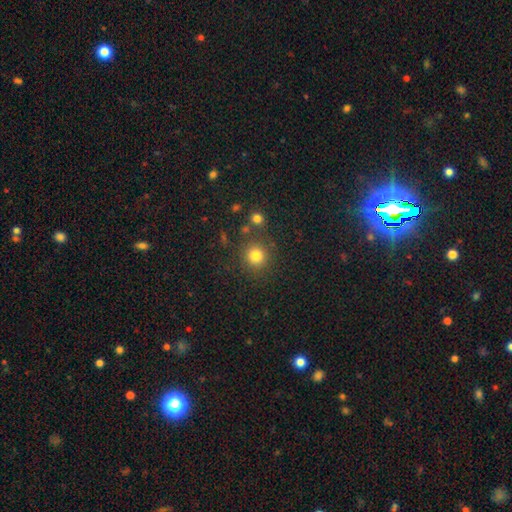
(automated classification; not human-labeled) This appears to be a smooth galaxy with no disk features (80%) that is round (91%). Merging: none (83%).